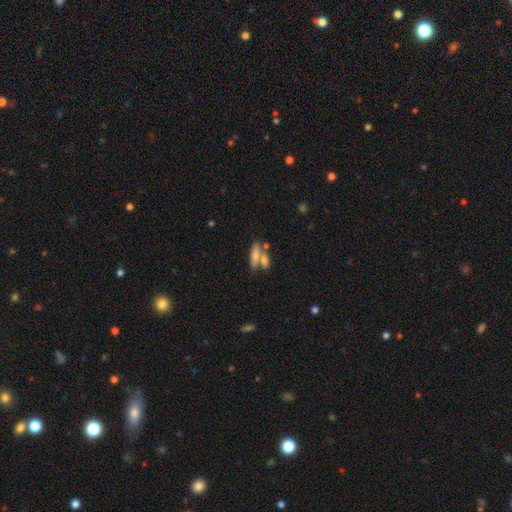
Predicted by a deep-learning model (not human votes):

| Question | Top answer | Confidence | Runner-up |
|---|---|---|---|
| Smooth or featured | smooth | 68% | featured or disk (24%) |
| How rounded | in between | 51% | cigar-shaped (44%) |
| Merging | none | 43% | merger (42%) |